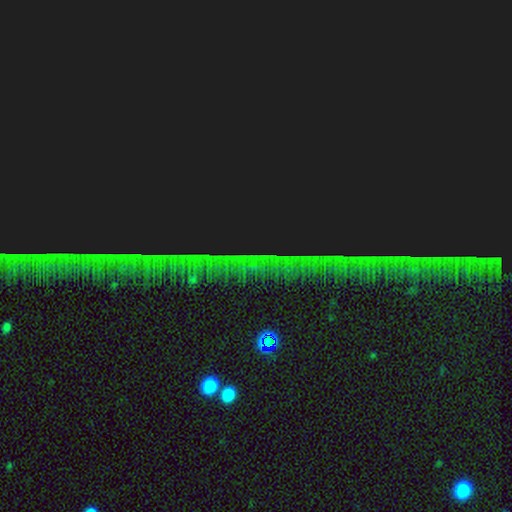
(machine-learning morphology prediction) Q: Smooth or featured?
A: star or artifact (86%); runner-up: featured or disk (8%)